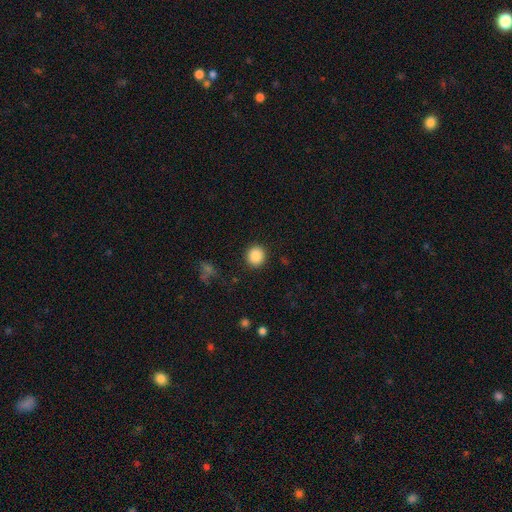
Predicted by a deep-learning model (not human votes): smooth_or_featured: smooth (p=0.88) [alt: star or artifact p=0.09]
how_rounded: round (p=0.91) [alt: in between p=0.08]
merging: none (p=0.91) [alt: minor disturbance p=0.05]